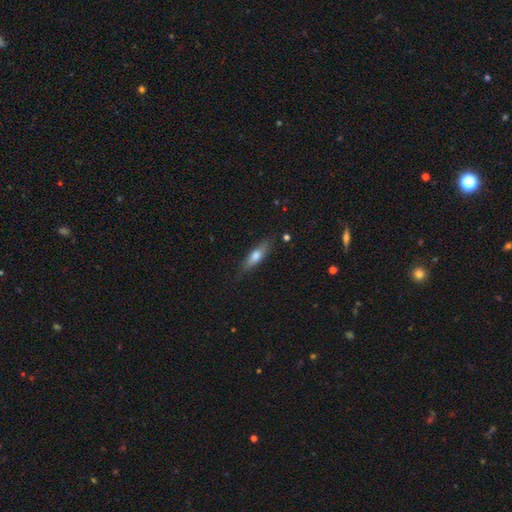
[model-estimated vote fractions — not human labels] Q: Smooth or featured?
A: smooth (63%); runner-up: featured or disk (30%)
Q: How rounded?
A: cigar-shaped (58%); runner-up: in between (39%)
Q: Merging?
A: none (79%); runner-up: minor disturbance (16%)